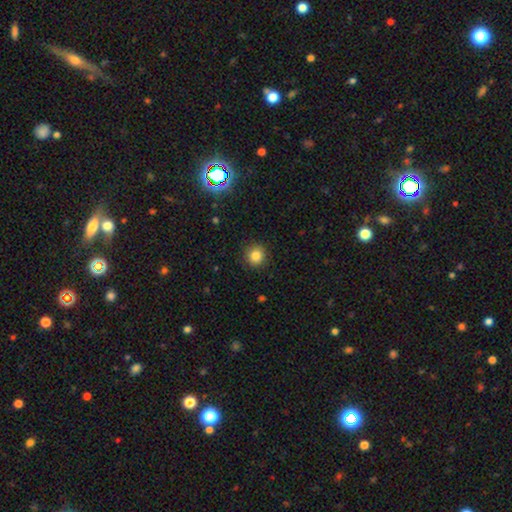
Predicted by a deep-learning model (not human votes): A smooth galaxy with no disk features (83%) that is round (90%).

Vote fractions:
- Smooth or featured? smooth: 83% / star or artifact: 12% / featured or disk: 6%
- How rounded? round: 90% / in between: 10% / cigar-shaped: 1%
- Merging? none: 89% / minor disturbance: 7% / major disturbance: 2% / merger: 1%